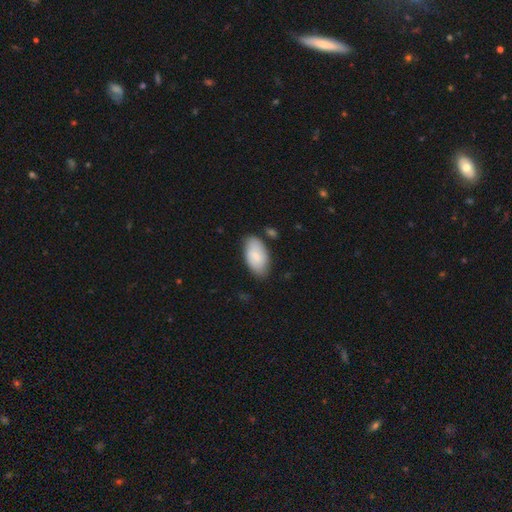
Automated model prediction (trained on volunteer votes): Smooth or featured?
  - smooth: 78% *
  - featured or disk: 16%
  - star or artifact: 6%
How rounded?
  - in between: 95% *
  - round: 3%
  - cigar-shaped: 2%
Merging?
  - none: 75% *
  - minor disturbance: 18%
  - merger: 3%
  - major disturbance: 3%